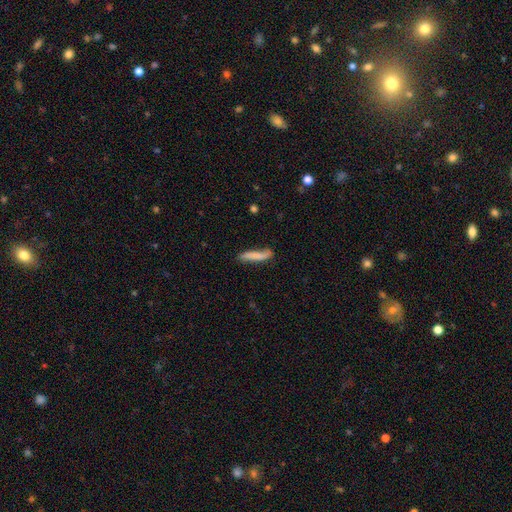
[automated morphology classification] Smooth or featured? smooth (70%)
How rounded? cigar-shaped (86%)
Merging? none (64%)